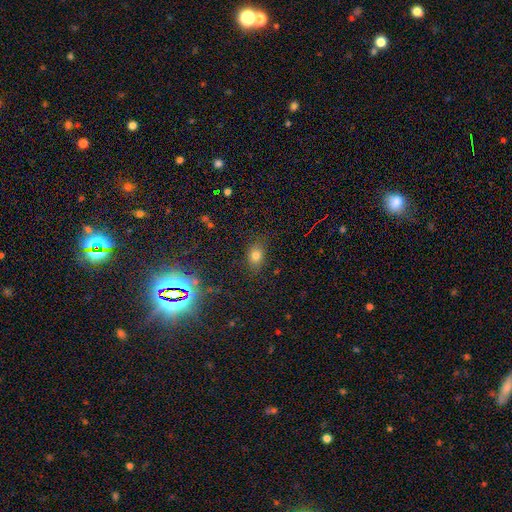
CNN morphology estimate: The model was most divided on "how rounded": in between: 59%, round: 39%, cigar-shaped: 2%. More confident: merging — none (81%); smooth or featured — smooth (72%).